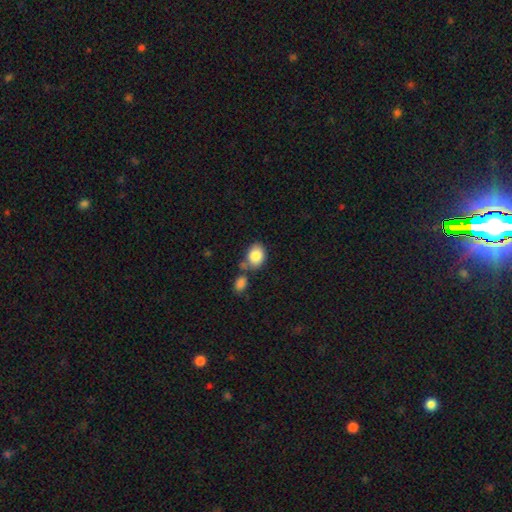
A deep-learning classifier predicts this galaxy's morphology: A smooth galaxy with no disk features (85%) that is in between round and cigar-shaped (68%).

Vote fractions:
- Smooth or featured? smooth: 85% / featured or disk: 8% / star or artifact: 7%
- How rounded? in between: 68% / round: 31% / cigar-shaped: 1%
- Merging? none: 52% / merger: 28% / minor disturbance: 15% / major disturbance: 5%